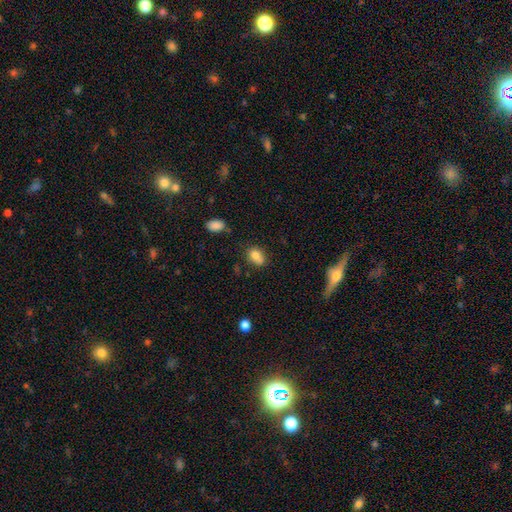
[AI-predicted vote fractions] Q: Smooth or featured?
A: smooth (79%); runner-up: featured or disk (11%)
Q: How rounded?
A: in between (70%); runner-up: round (28%)
Q: Merging?
A: none (49%); runner-up: minor disturbance (24%)